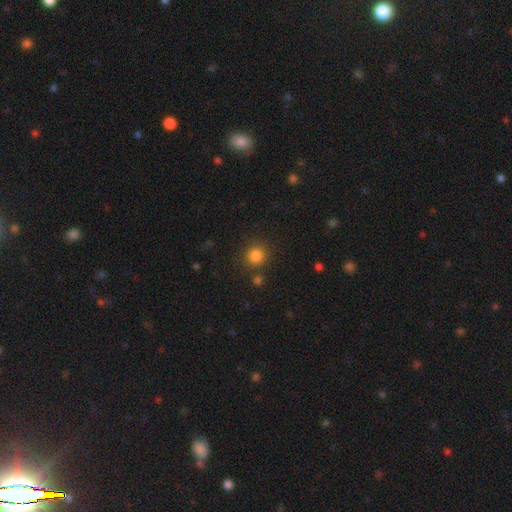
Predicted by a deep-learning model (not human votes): smooth 84%, star or artifact 12%, featured or disk 4%. Down the decision tree: how rounded — round (92%); merging — none (83%).